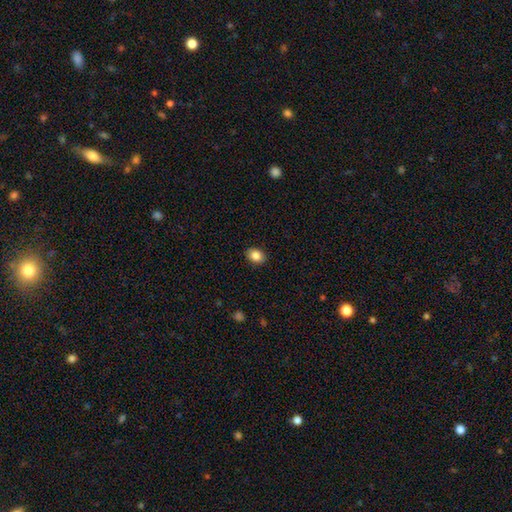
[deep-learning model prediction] smooth 85%, star or artifact 9%, featured or disk 6%. Down the decision tree: how rounded — in between (66%); merging — none (89%).